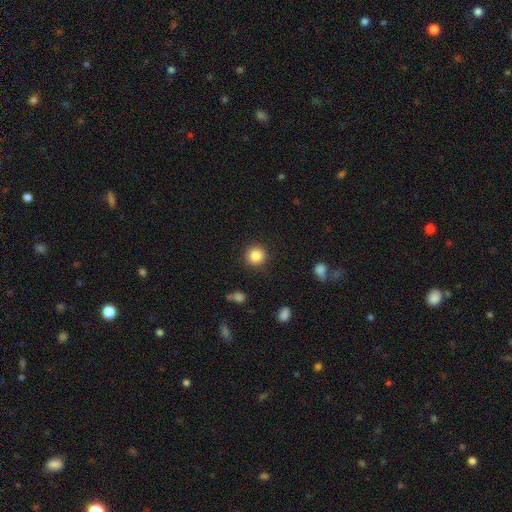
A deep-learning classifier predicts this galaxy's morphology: Smooth or featured: smooth — 85% (star or artifact — 10%)
How rounded: round — 94% (in between — 5%)
Merging: none — 91% (minor disturbance — 6%)